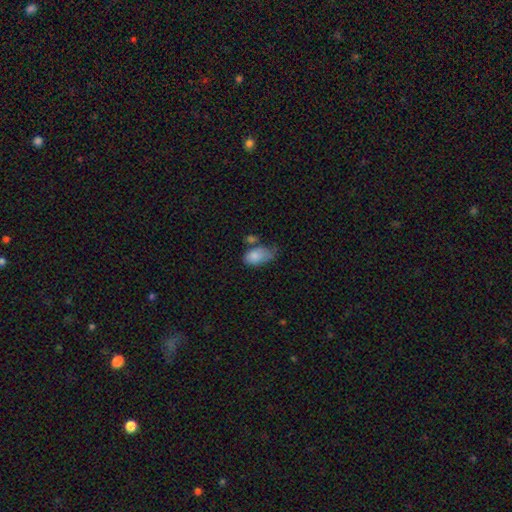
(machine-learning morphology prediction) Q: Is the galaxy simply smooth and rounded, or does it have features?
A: smooth — 81%.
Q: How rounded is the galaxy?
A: in between — 91%.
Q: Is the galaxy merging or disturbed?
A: minor disturbance — 32%.